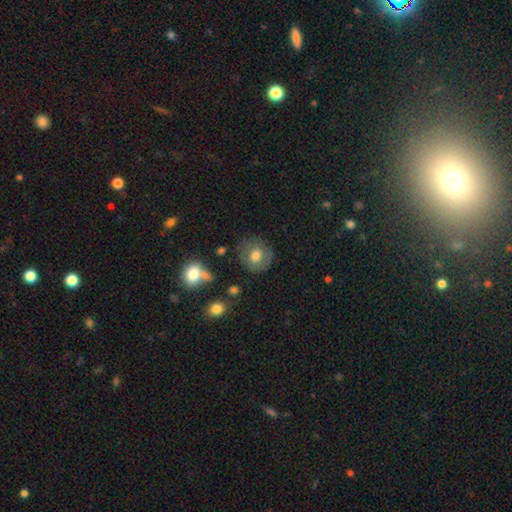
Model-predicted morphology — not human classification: Smooth or featured? Predicted: smooth (p=0.64). How rounded? Predicted: round (p=0.84). Merging? Predicted: none (p=0.78).